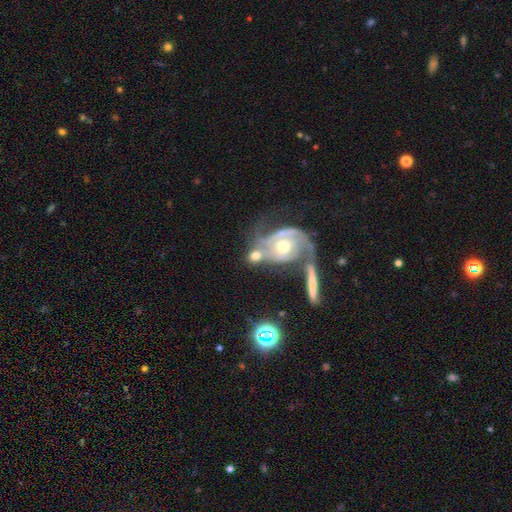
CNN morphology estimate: This appears to be a featured or disk galaxy (60%) with no bar (63%), spiral arms (83%) and a moderate central bulge (59%). Merging: merger (46%).